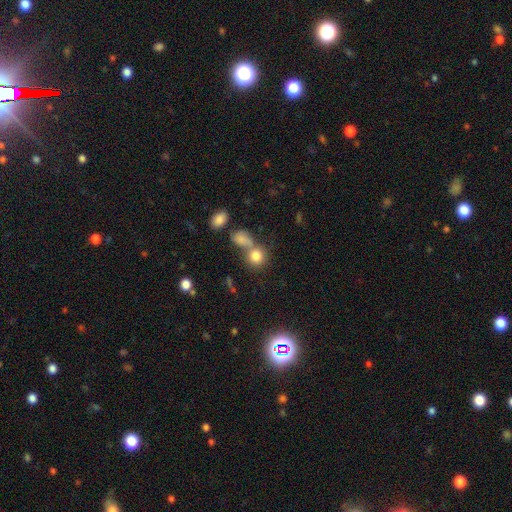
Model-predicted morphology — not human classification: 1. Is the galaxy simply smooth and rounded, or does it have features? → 81% smooth, 11% star or artifact, 9% featured or disk.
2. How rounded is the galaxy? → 79% round, 19% in between, 1% cigar-shaped.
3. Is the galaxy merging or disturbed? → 46% none, 39% merger, 9% minor disturbance, 5% major disturbance.